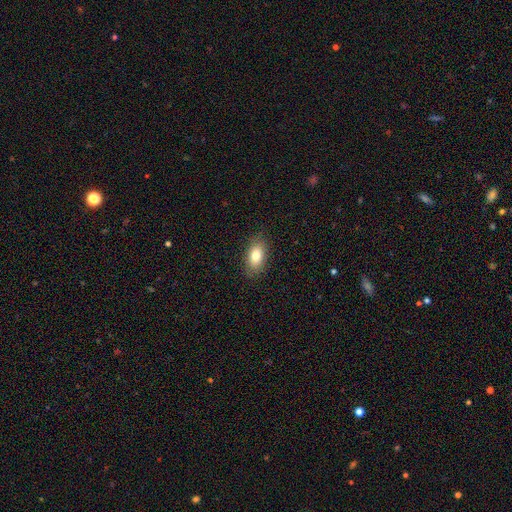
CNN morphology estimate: A smooth galaxy with no disk features (81%) that is in between round and cigar-shaped (90%). Merging: none (86%).